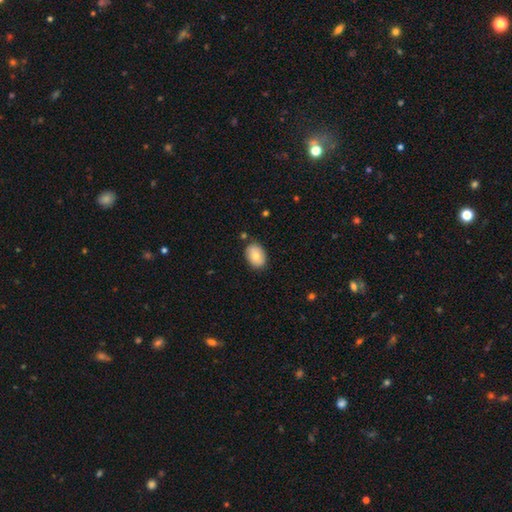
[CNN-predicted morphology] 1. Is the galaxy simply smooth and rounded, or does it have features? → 75% smooth, 18% featured or disk, 7% star or artifact.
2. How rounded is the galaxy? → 80% in between, 19% round, 1% cigar-shaped.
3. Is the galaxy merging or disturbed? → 81% none, 14% minor disturbance, 3% merger, 3% major disturbance.